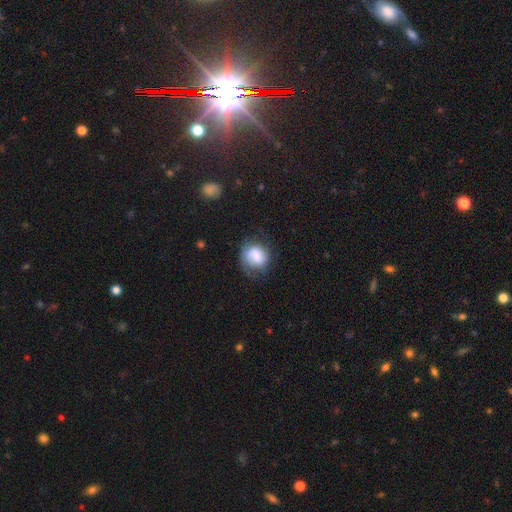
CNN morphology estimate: A smooth galaxy with no disk features (72%) that is round (72%).

Vote fractions:
- Smooth or featured? smooth: 72% / featured or disk: 20% / star or artifact: 8%
- How rounded? round: 72% / in between: 27% / cigar-shaped: 1%
- Merging? none: 60% / minor disturbance: 25% / major disturbance: 13% / merger: 2%